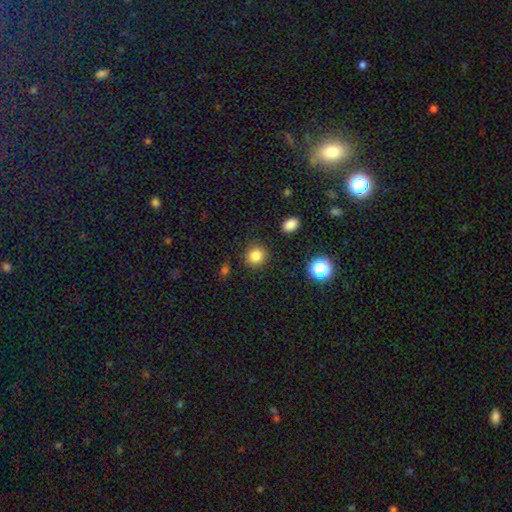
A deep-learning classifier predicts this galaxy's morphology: A smooth galaxy with no disk features (83%) that is round (85%).

Vote fractions:
- Smooth or featured? smooth: 83% / star or artifact: 12% / featured or disk: 5%
- How rounded? round: 85% / in between: 14% / cigar-shaped: 1%
- Merging? none: 87% / minor disturbance: 8% / major disturbance: 3% / merger: 2%